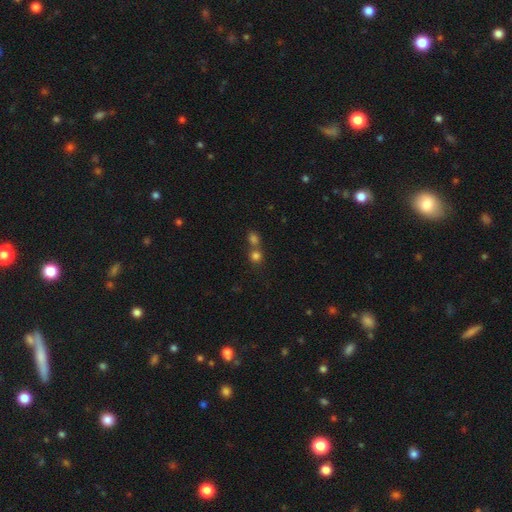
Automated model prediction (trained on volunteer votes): Smooth or featured? Predicted: smooth (p=0.77). How rounded? Predicted: round (p=0.84). Merging? Predicted: none (p=0.47).